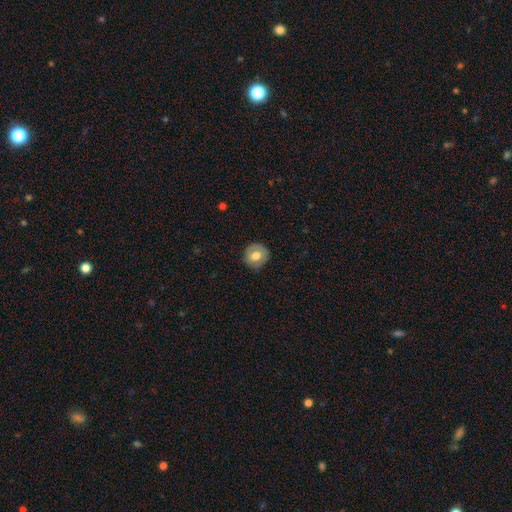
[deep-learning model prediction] Smooth or featured? Predicted: smooth (p=0.65). How rounded? Predicted: round (p=0.88). Merging? Predicted: none (p=0.84).